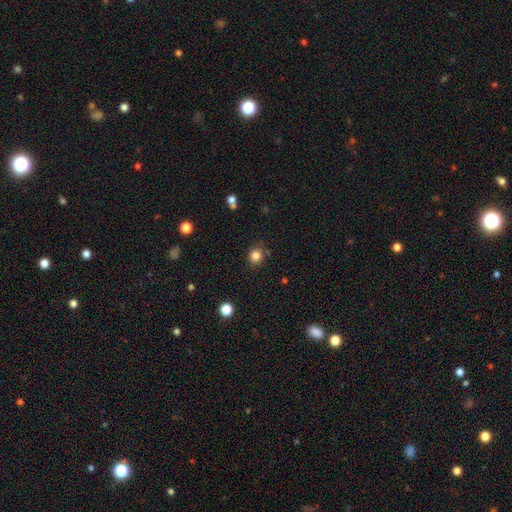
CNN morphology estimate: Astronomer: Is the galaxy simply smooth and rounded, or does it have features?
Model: smooth — 83%.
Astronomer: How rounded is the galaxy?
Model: round — 84%.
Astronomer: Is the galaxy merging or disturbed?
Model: none — 81%.